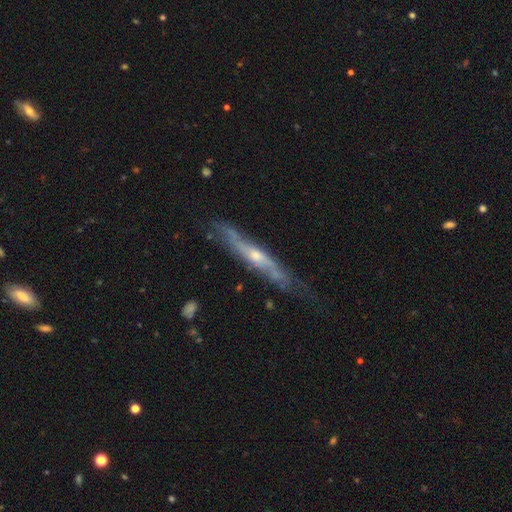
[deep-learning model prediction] Smooth or featured? Predicted: featured or disk (p=0.76). Edge-on disk? Predicted: yes (p=0.74). Edge-on bulge? Predicted: rounded (p=0.71). Merging? Predicted: none (p=0.66).